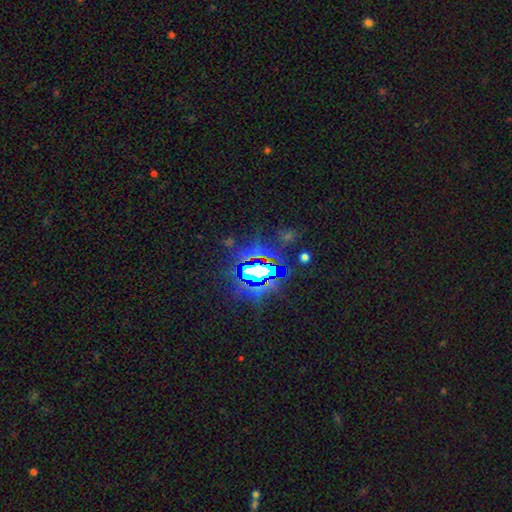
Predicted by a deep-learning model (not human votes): A star or artifact, not a galaxy (80%).